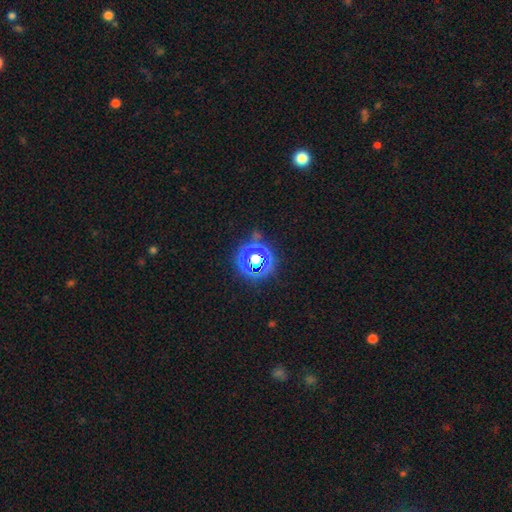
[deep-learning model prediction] smooth-or-featured: star or artifact: 69% | smooth: 25% | featured or disk: 7%